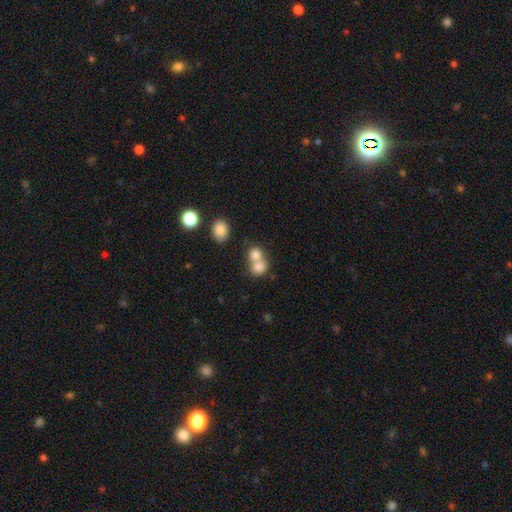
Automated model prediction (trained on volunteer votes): Smooth or featured?
  - smooth: 80% *
  - star or artifact: 10%
  - featured or disk: 10%
How rounded?
  - round: 74% *
  - in between: 25%
  - cigar-shaped: 1%
Merging?
  - merger: 58% *
  - none: 33%
  - minor disturbance: 5%
  - major disturbance: 3%